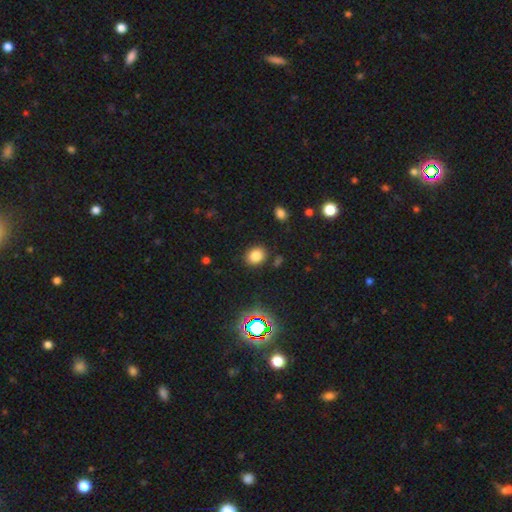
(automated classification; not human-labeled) smooth_or_featured: smooth (p=0.80) [alt: star or artifact p=0.14]
how_rounded: round (p=0.58) [alt: in between p=0.41]
merging: none (p=0.86) [alt: minor disturbance p=0.08]